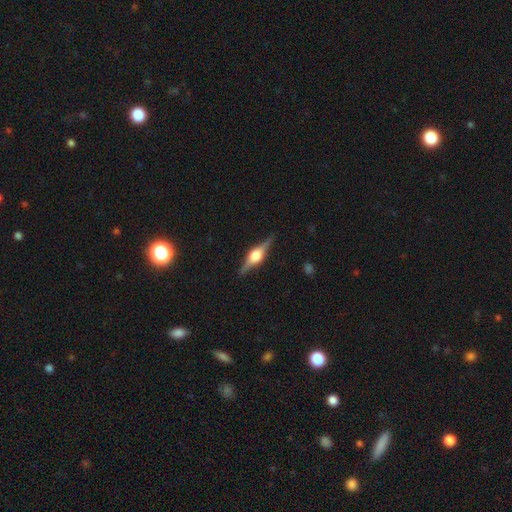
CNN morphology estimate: featured or disk 81%, smooth 13%, star or artifact 6%. Down the decision tree: edge-on disk — yes (98%); edge-on bulge — rounded (92%); merging — none (90%).